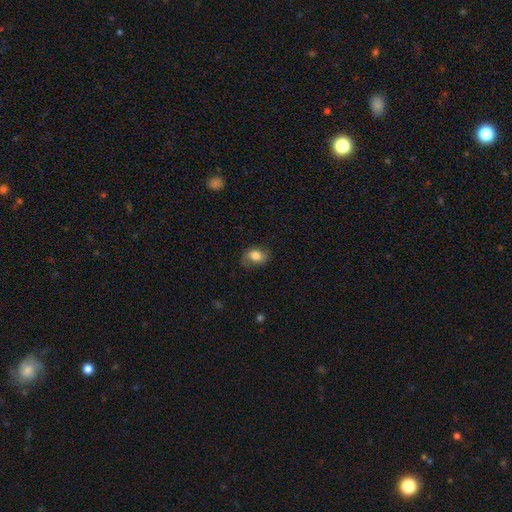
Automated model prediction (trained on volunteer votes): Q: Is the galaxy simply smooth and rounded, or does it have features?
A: smooth — 77%.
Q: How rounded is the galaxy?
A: in between — 68%.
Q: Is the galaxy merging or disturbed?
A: none — 67%.